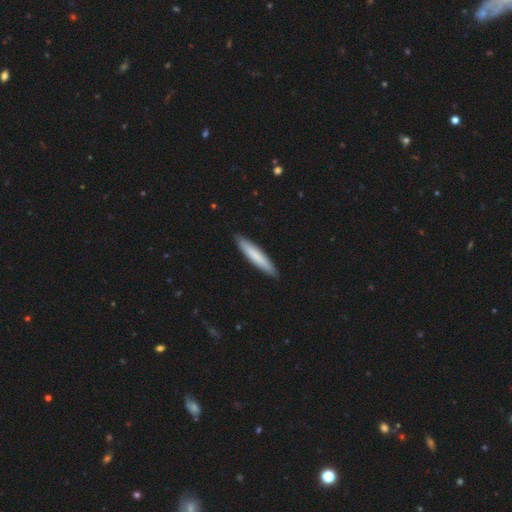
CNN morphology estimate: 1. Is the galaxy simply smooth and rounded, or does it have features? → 76% smooth, 19% featured or disk, 5% star or artifact.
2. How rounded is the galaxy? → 91% cigar-shaped, 8% in between, 1% round.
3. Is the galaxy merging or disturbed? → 90% none, 7% minor disturbance, 1% major disturbance, 1% merger.